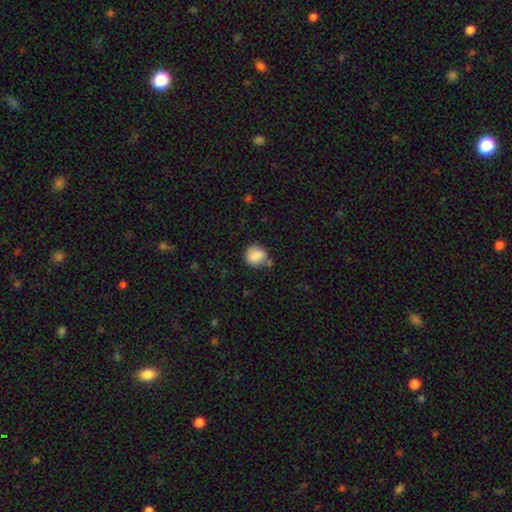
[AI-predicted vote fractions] A smooth galaxy with no disk features (85%) that is round (81%). Merging: none (64%).